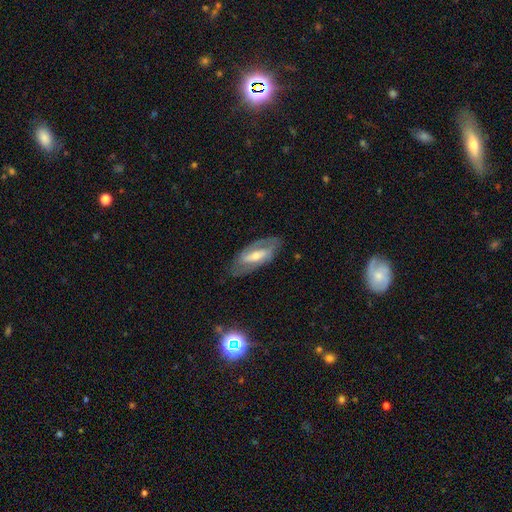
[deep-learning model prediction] Smooth or featured: featured or disk — 72% (smooth — 21%)
Edge-on disk: no — 89% (yes — 11%)
Bar: strong — 44% (weak — 37%)
Spiral arms: yes — 79% (no — 21%)
Spiral winding: medium — 44% (tight — 39%)
Spiral arm count: 2 — 77% (can't tell — 15%)
Bulge size: moderate — 50% (small — 37%)
Merging: none — 76% (minor disturbance — 16%)